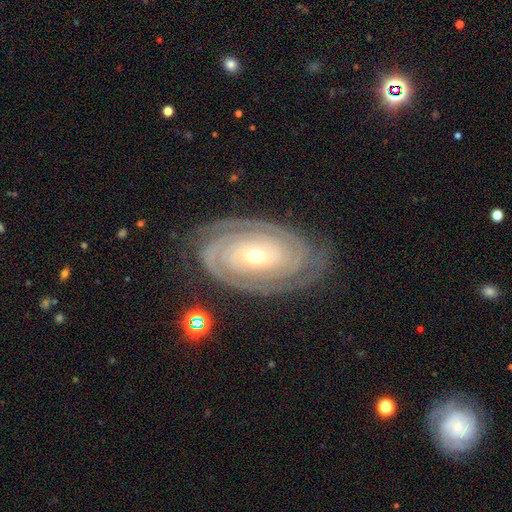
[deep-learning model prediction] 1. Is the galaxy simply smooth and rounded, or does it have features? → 91% featured or disk, 5% star or artifact, 4% smooth.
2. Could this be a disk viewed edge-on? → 96% no, 4% yes.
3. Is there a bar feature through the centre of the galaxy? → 70% no, 17% weak, 12% strong.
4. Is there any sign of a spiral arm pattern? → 98% yes, 2% no.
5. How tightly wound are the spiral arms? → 87% tight, 11% medium, 2% loose.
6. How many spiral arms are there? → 58% 2, 15% 3, 12% can't tell, 6% 4, 4% more than 4, 4% 1.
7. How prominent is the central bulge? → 55% small, 42% moderate, 2% large, 1% dominant, 1% none.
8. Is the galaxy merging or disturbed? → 82% none, 12% minor disturbance, 4% major disturbance, 2% merger.